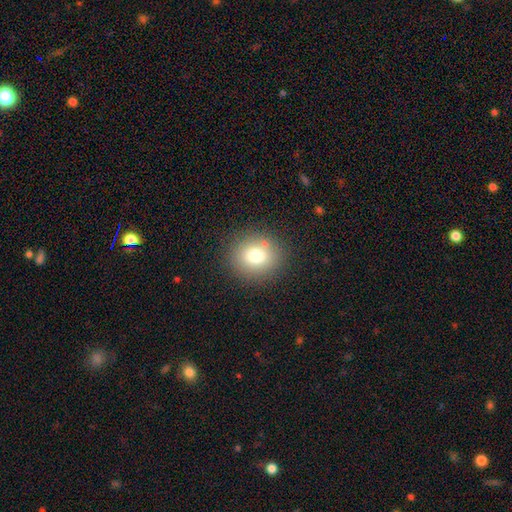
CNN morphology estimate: This appears to be a smooth galaxy with no disk features (76%) that is round (77%). Merging: none (83%).